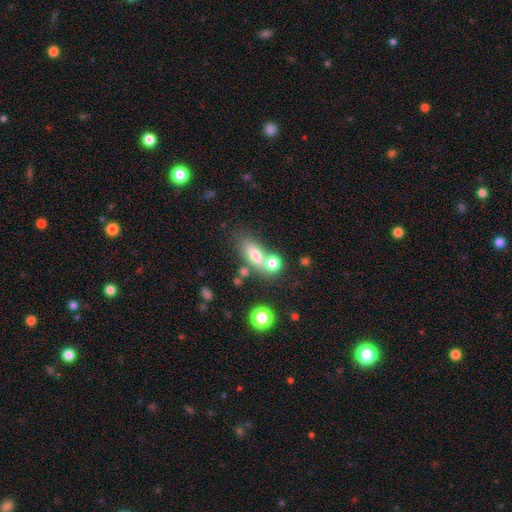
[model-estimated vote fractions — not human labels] smooth_or_featured: smooth (p=0.71) [alt: featured or disk p=0.18]
how_rounded: in between (p=0.68) [alt: cigar-shaped p=0.20]
merging: none (p=0.43) [alt: merger p=0.39]